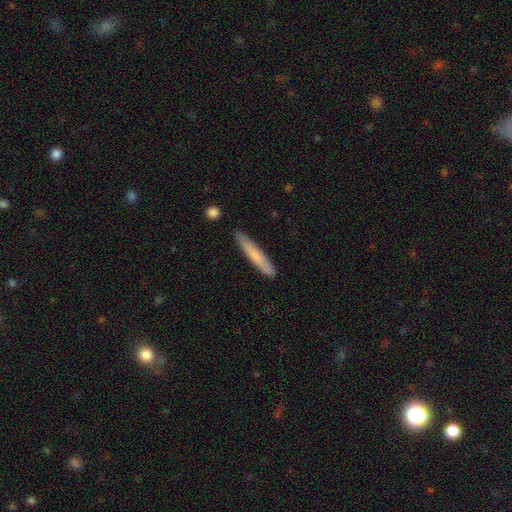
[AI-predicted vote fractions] A smooth galaxy with no disk features (70%) that is cigar-shaped (94%).

Vote fractions:
- Smooth or featured? smooth: 70% / featured or disk: 24% / star or artifact: 6%
- How rounded? cigar-shaped: 94% / in between: 5% / round: 1%
- Merging? none: 86% / minor disturbance: 11% / merger: 2% / major disturbance: 2%